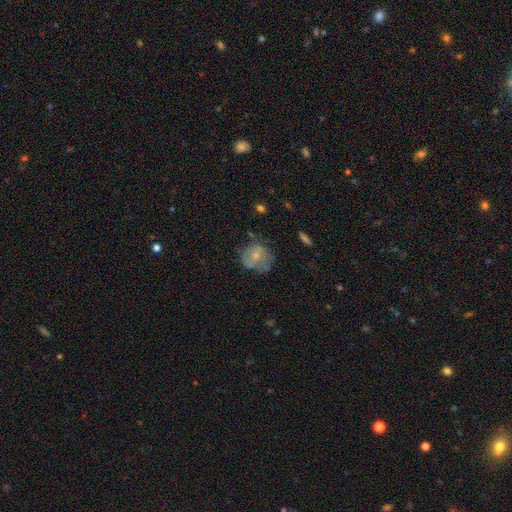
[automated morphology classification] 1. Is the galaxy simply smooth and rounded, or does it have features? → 59% smooth, 33% featured or disk, 8% star or artifact.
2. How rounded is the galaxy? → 75% round, 24% in between, 1% cigar-shaped.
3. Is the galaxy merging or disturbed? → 51% none, 31% minor disturbance, 15% major disturbance, 3% merger.